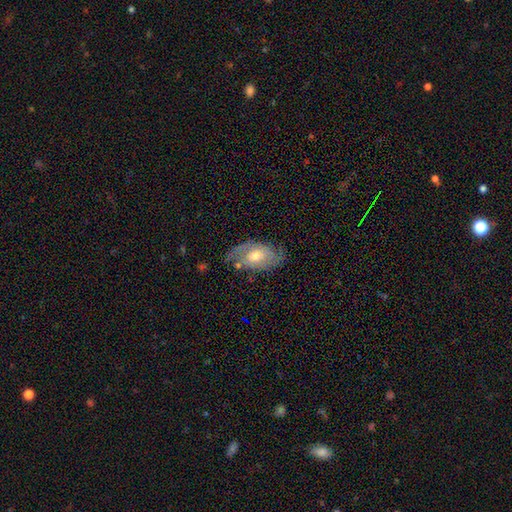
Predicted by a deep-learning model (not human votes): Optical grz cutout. It shows a featured or disk galaxy (69%) with no bar (62%), 2 (66%) medium (42%) spiral arms (83%) and a moderate central bulge (66%). Merging: none (65%).